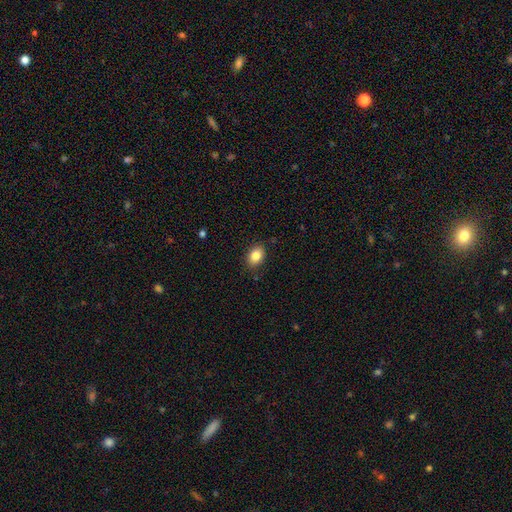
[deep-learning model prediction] This appears to be a smooth galaxy with no disk features (84%) that is in between round and cigar-shaped (77%). Merging: none (86%).